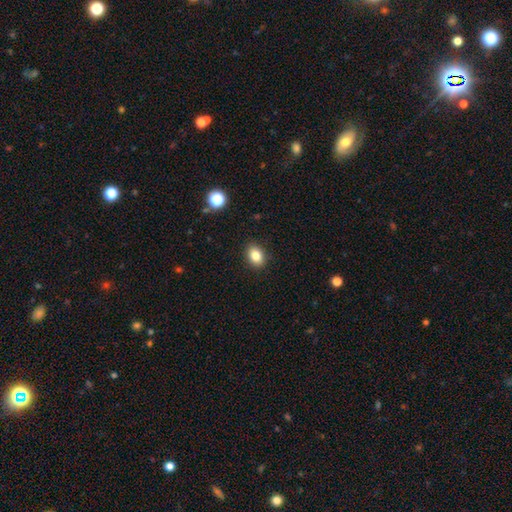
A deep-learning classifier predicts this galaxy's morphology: smooth 83%, star or artifact 10%, featured or disk 7%. Down the decision tree: how rounded — in between (72%); merging — none (89%).